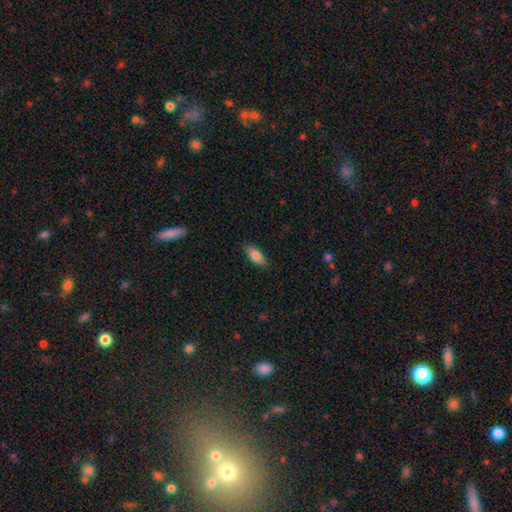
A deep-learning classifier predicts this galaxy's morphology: This is clearly a smooth galaxy (84%). How rounded: clearly in between (81%). Merging: clearly none (86%).